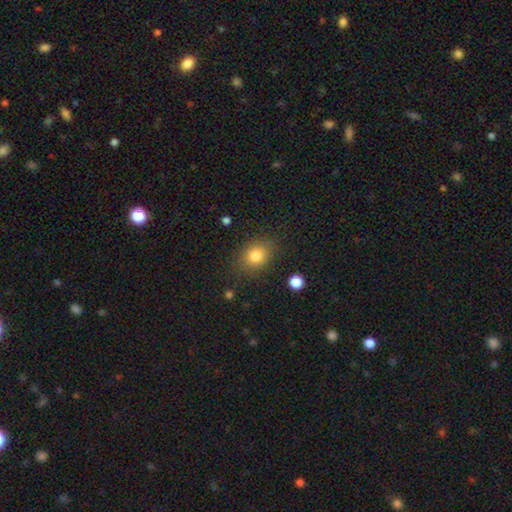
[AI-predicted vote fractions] smooth 81%, star or artifact 11%, featured or disk 8%. Down the decision tree: how rounded — round (54%); merging — none (82%).